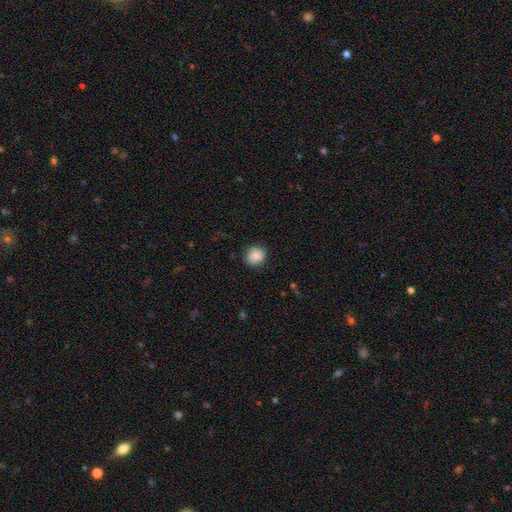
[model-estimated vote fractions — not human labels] smooth-or-featured: smooth: 86% | star or artifact: 8% | featured or disk: 6%
  how-rounded: round: 78% | in between: 21% | cigar-shaped: 1%
  merging: none: 81% | minor disturbance: 14% | major disturbance: 3% | merger: 1%